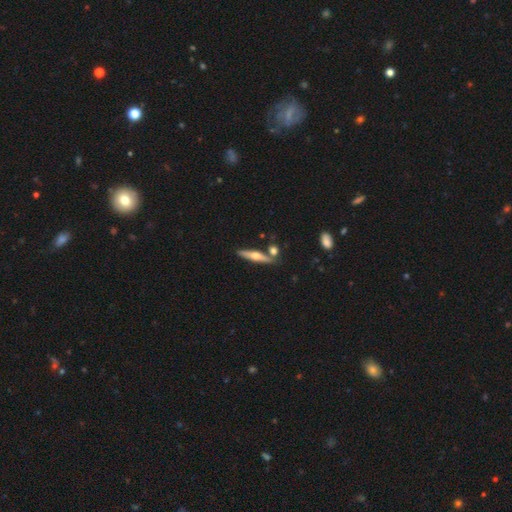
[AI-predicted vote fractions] Smooth or featured?
  - featured or disk: 61% *
  - smooth: 33%
  - star or artifact: 6%
Edge-on disk?
  - yes: 95% *
  - no: 5%
Edge-on bulge?
  - rounded: 92% *
  - none: 4%
  - boxy: 4%
Merging?
  - none: 78% *
  - merger: 10%
  - minor disturbance: 9%
  - major disturbance: 2%